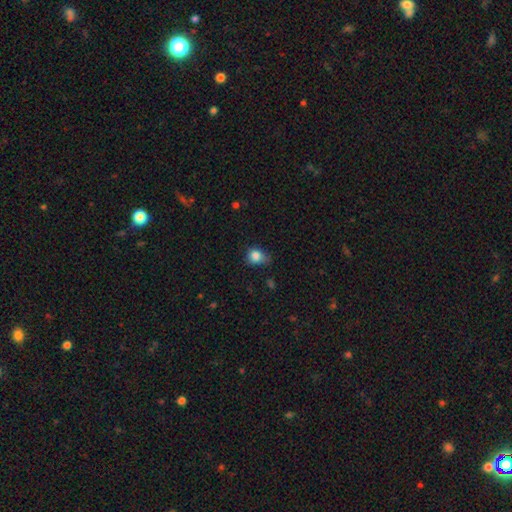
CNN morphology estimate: This is clearly a smooth galaxy (83%). How rounded: possibly round (57%). Merging: possibly none (46%).